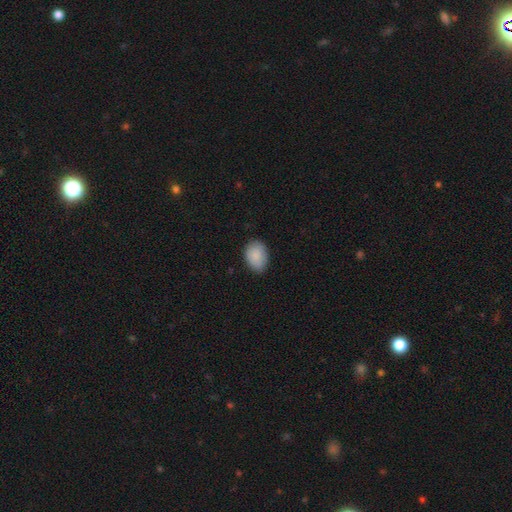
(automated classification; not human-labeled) smooth-or-featured: smooth: 89% | star or artifact: 6% | featured or disk: 5%
  how-rounded: in between: 79% | round: 20% | cigar-shaped: 1%
  merging: none: 77% | minor disturbance: 19% | major disturbance: 3% | merger: 1%